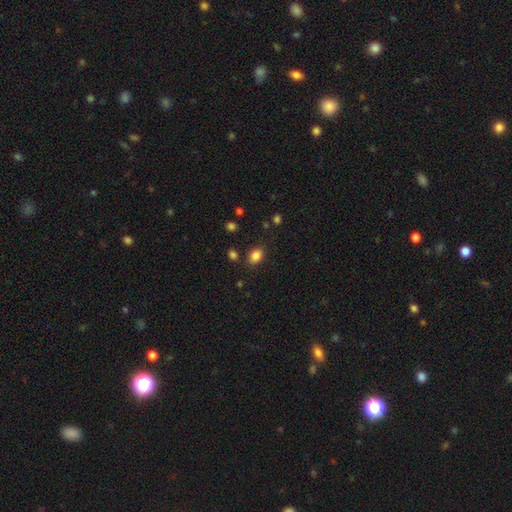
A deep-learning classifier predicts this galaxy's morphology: Overall: smooth (85%). How rounded: in between (67%; round 32%). Merging: none (82%).